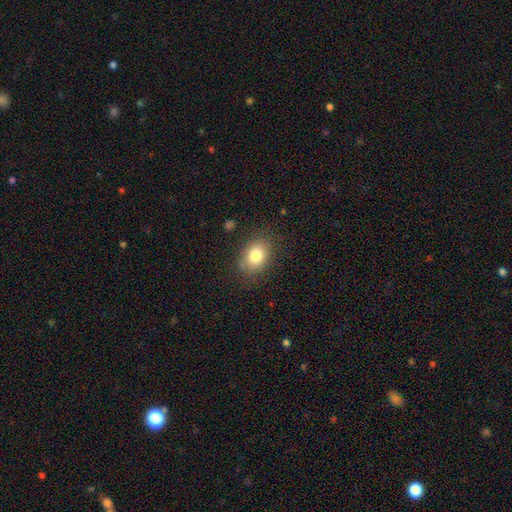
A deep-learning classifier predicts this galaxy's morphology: A smooth galaxy with no disk features (81%) that is in between round and cigar-shaped (67%).

Vote fractions:
- Smooth or featured? smooth: 81% / featured or disk: 10% / star or artifact: 9%
- How rounded? in between: 67% / round: 32% / cigar-shaped: 1%
- Merging? none: 80% / minor disturbance: 14% / major disturbance: 4% / merger: 2%